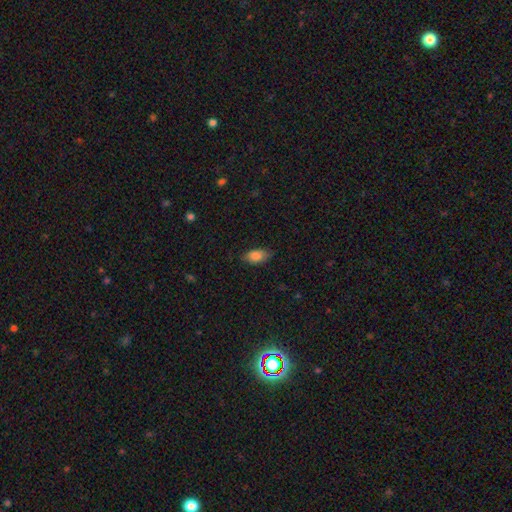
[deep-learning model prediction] smooth-or-featured: smooth: 84% | featured or disk: 8% | star or artifact: 8%
  how-rounded: in between: 90% | cigar-shaped: 5% | round: 5%
  merging: none: 78% | minor disturbance: 17% | major disturbance: 4% | merger: 1%